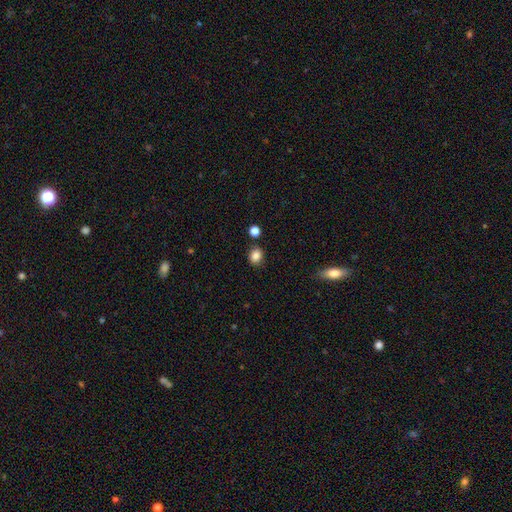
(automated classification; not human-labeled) A smooth galaxy with no disk features (85%) that is round (56%). Merging: none (83%).